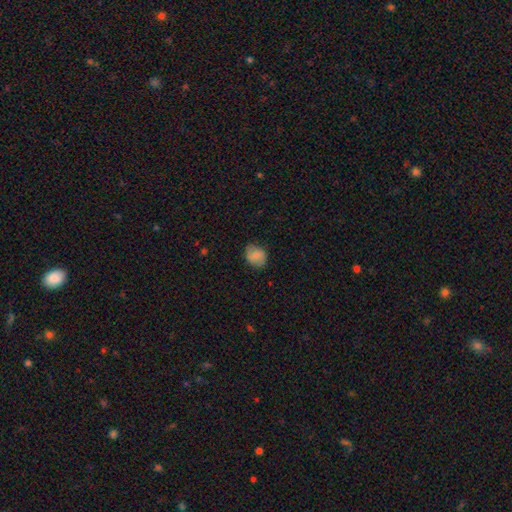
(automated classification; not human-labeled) smooth-or-featured: smooth: 75% | featured or disk: 16% | star or artifact: 9%
  how-rounded: round: 54% | in between: 45% | cigar-shaped: 1%
  merging: none: 76% | minor disturbance: 19% | major disturbance: 5% | merger: 1%